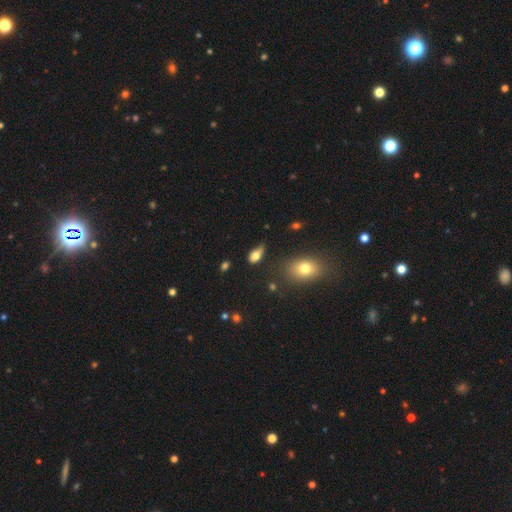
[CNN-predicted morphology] Smooth or featured?
  - smooth: 77% *
  - featured or disk: 13%
  - star or artifact: 10%
How rounded?
  - in between: 86% *
  - round: 9%
  - cigar-shaped: 5%
Merging?
  - none: 45% *
  - minor disturbance: 35%
  - major disturbance: 14%
  - merger: 6%